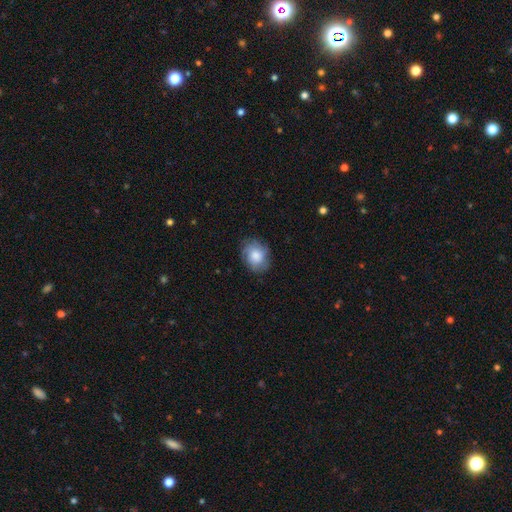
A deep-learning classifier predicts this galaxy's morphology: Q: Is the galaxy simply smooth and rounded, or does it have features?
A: smooth — 64%.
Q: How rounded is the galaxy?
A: in between — 51%.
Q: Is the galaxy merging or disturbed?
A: none — 76%.